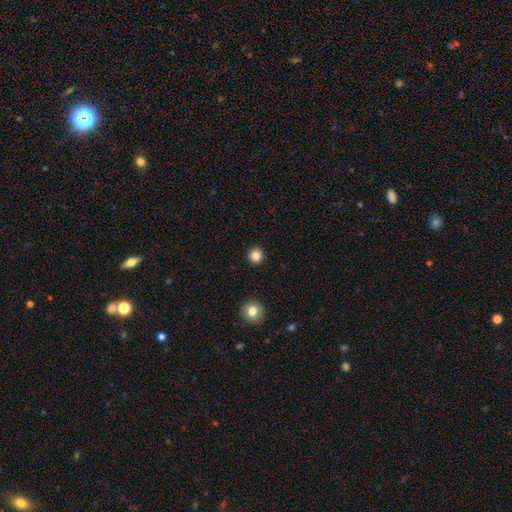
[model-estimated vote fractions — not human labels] This appears to be a smooth galaxy with no disk features (84%) that is round (94%). Merging: none (93%).